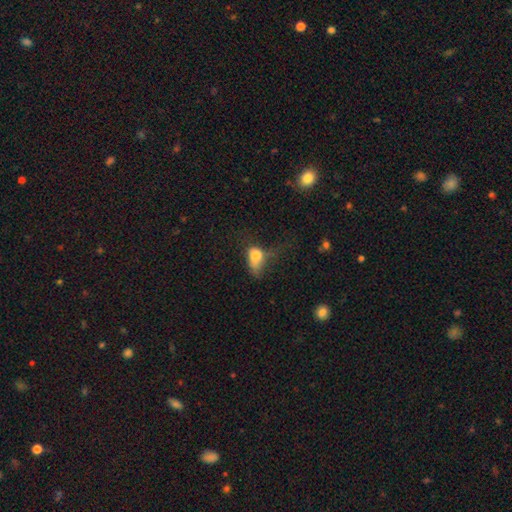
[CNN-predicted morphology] smooth-or-featured: smooth: 74% | featured or disk: 16% | star or artifact: 10%
  how-rounded: in between: 78% | round: 19% | cigar-shaped: 3%
  merging: major disturbance: 48% | minor disturbance: 26% | none: 21% | merger: 5%